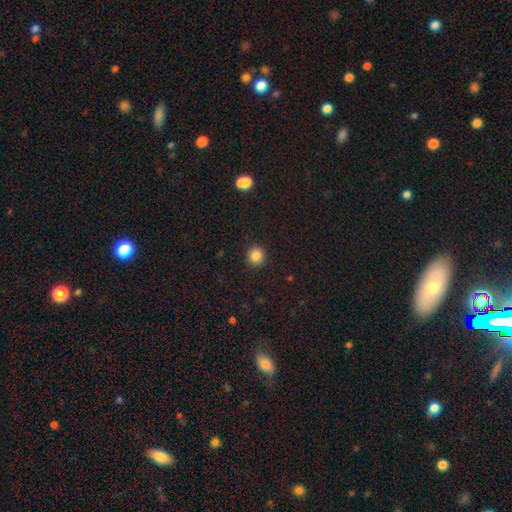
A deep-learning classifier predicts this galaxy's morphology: Smooth or featured?
  - smooth: 85% *
  - star or artifact: 11%
  - featured or disk: 4%
How rounded?
  - round: 93% *
  - in between: 6%
  - cigar-shaped: 1%
Merging?
  - none: 92% *
  - minor disturbance: 5%
  - major disturbance: 2%
  - merger: 1%